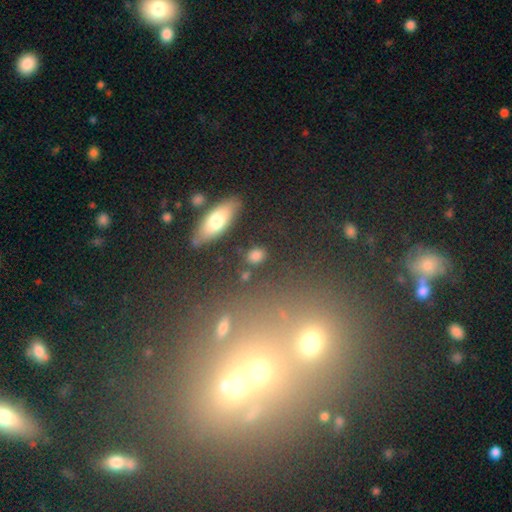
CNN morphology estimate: smooth_or_featured: smooth (p=0.76) [alt: star or artifact p=0.14]
how_rounded: in between (p=0.58) [alt: round p=0.35]
merging: none (p=0.78) [alt: minor disturbance p=0.12]